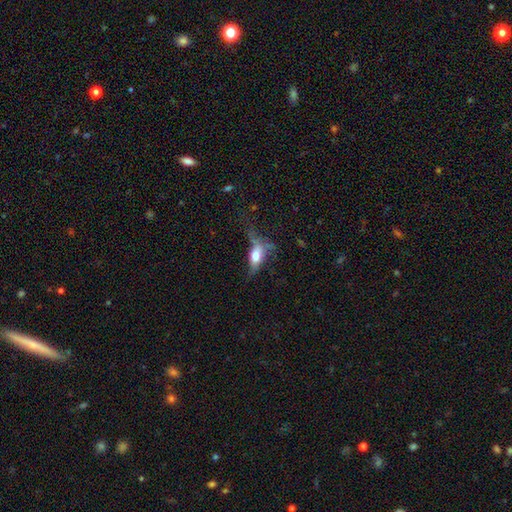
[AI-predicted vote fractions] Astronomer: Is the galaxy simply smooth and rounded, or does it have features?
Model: smooth — 57% (runner-up: featured or disk, 33%).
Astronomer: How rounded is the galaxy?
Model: in between — 75%.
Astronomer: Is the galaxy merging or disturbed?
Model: major disturbance — 40% (runner-up: none, 29%).